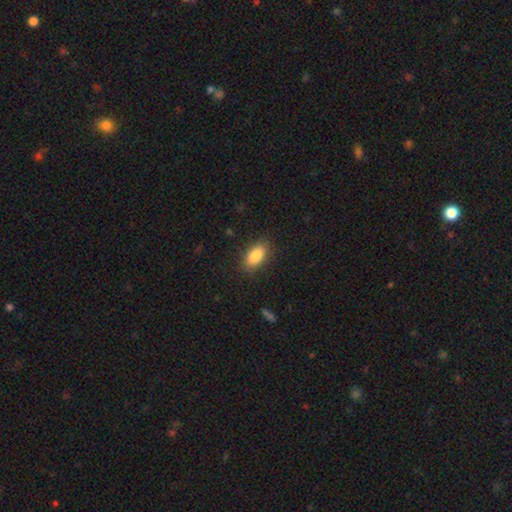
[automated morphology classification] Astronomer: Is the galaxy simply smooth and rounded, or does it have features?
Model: smooth — 86%.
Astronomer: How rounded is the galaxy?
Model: in between — 90%.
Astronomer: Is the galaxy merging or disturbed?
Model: none — 85%.